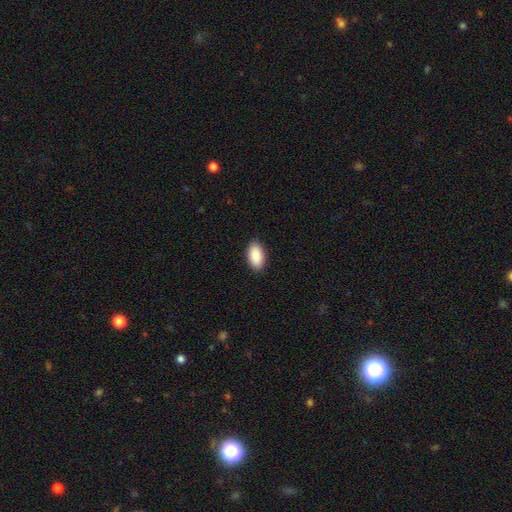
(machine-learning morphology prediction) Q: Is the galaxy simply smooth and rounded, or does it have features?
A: smooth — 91%.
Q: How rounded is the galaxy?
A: in between — 95%.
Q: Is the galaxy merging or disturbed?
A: none — 89%.